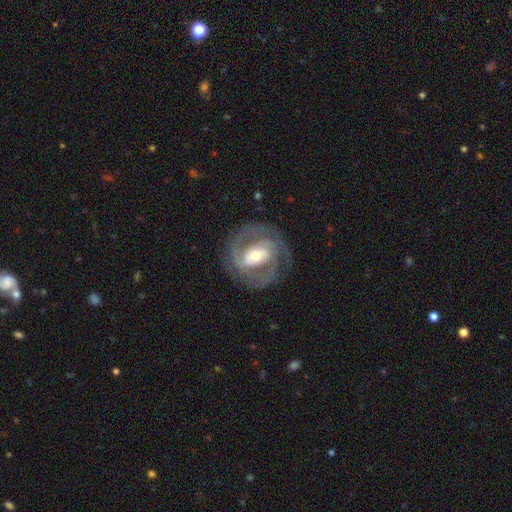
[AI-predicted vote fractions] Overall: featured or disk (86%). Edge-on disk: no (97%). Bar: weak (38%; no 31%). Spiral arms: yes (94%). Spiral arm count: 2 (66%). Spiral winding: tight (48%; medium 42%). Bulge size: moderate (63%; small 26%). Merging: none (77%).